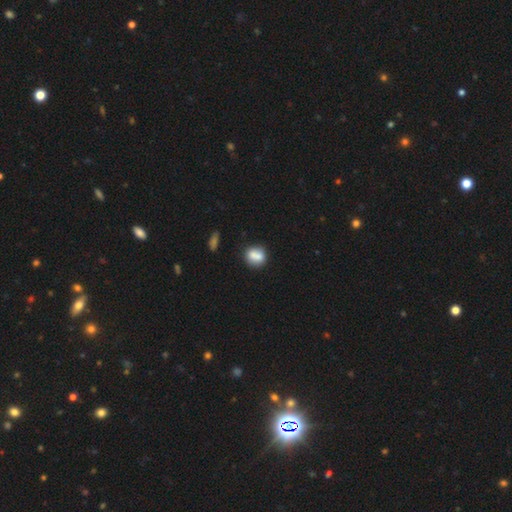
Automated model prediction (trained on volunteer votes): Overall: smooth (78%). How rounded: round (64%; in between 34%). Merging: none (56%; merger 24%).